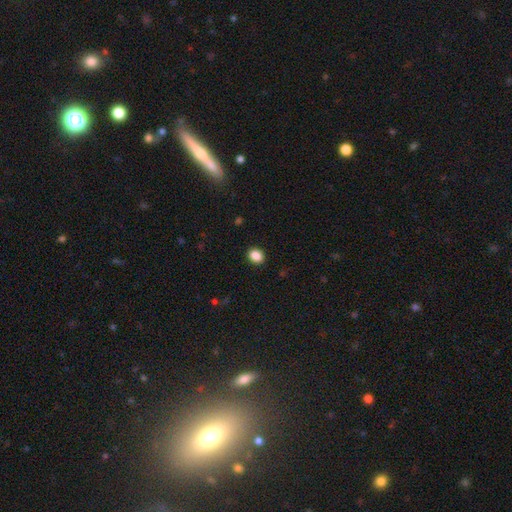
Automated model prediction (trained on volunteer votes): This is clearly a smooth galaxy (87%). How rounded: possibly round (52%). Merging: clearly none (91%).